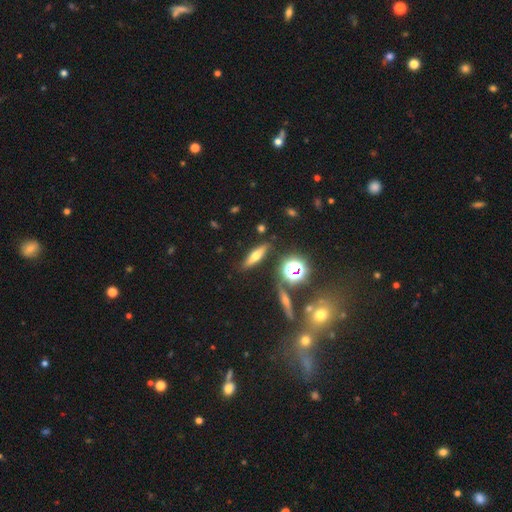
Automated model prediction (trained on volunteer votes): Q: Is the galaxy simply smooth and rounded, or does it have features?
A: smooth — 44%.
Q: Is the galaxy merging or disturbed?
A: none — 84%.